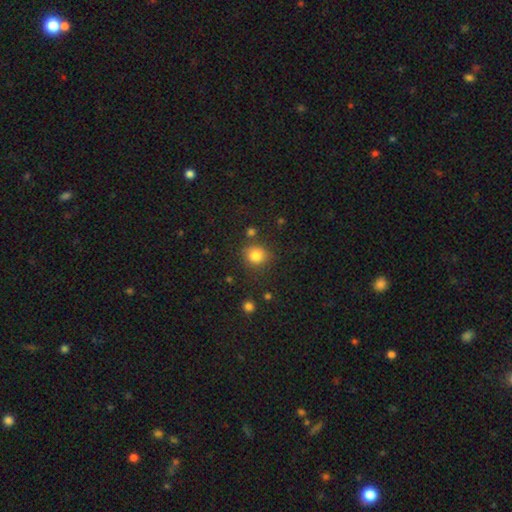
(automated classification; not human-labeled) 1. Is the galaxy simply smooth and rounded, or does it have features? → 83% smooth, 12% star or artifact, 5% featured or disk.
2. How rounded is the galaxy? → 83% round, 17% in between, 1% cigar-shaped.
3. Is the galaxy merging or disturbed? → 80% none, 11% minor disturbance, 6% merger, 4% major disturbance.